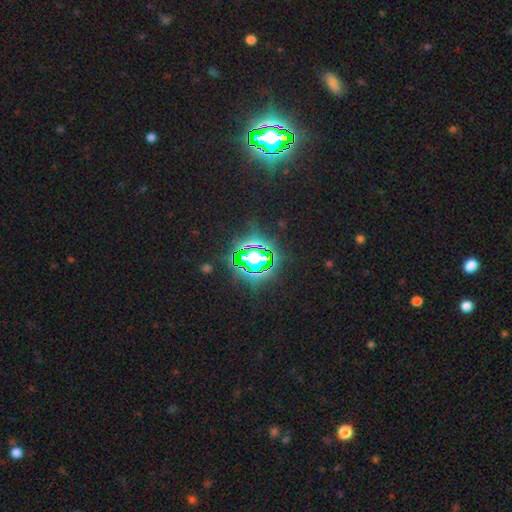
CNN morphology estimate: This appears to be a star or artifact, not a galaxy (81%).